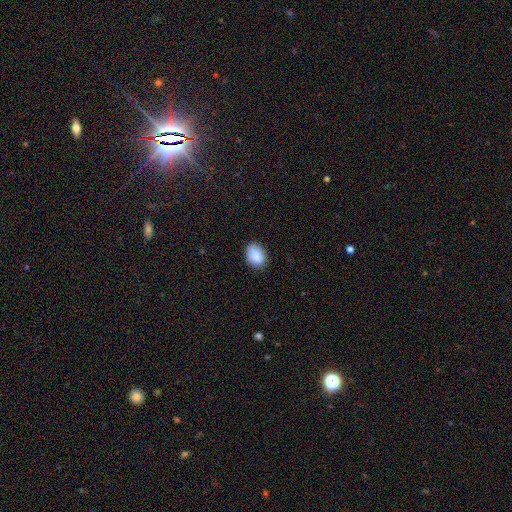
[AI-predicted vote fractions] A smooth galaxy with no disk features (89%) that is in between round and cigar-shaped (78%).

Vote fractions:
- Smooth or featured? smooth: 89% / star or artifact: 7% / featured or disk: 4%
- How rounded? in between: 78% / round: 21% / cigar-shaped: 1%
- Merging? none: 82% / minor disturbance: 14% / major disturbance: 2% / merger: 1%